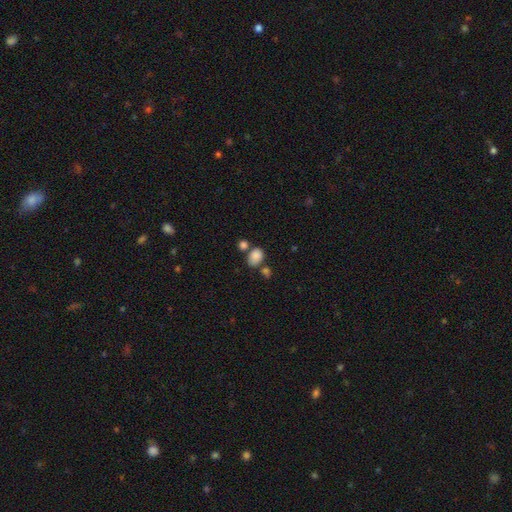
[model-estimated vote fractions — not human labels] Smooth or featured? Predicted: smooth (p=0.83). How rounded? Predicted: in between (p=0.63). Merging? Predicted: none (p=0.51).